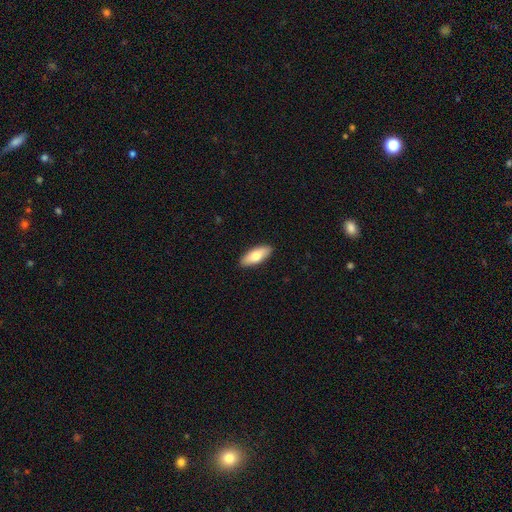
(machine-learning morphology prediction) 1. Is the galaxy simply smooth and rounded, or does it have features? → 76% smooth, 19% featured or disk, 5% star or artifact.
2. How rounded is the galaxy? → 78% in between, 20% cigar-shaped, 2% round.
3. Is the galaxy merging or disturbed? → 90% none, 7% minor disturbance, 2% major disturbance, 1% merger.